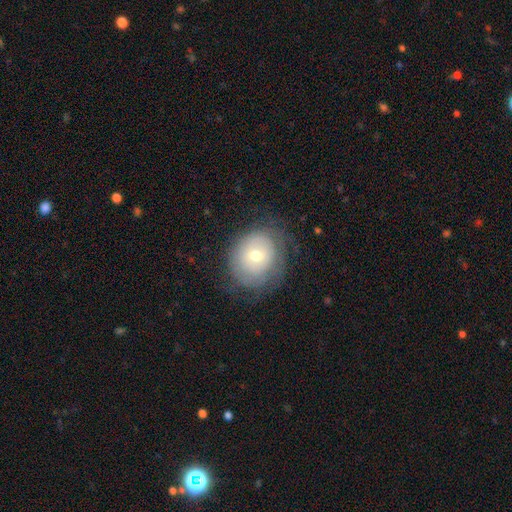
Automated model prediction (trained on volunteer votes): Smooth or featured? Predicted: smooth (p=0.52). How rounded? Predicted: round (p=0.75). Merging? Predicted: none (p=0.69).